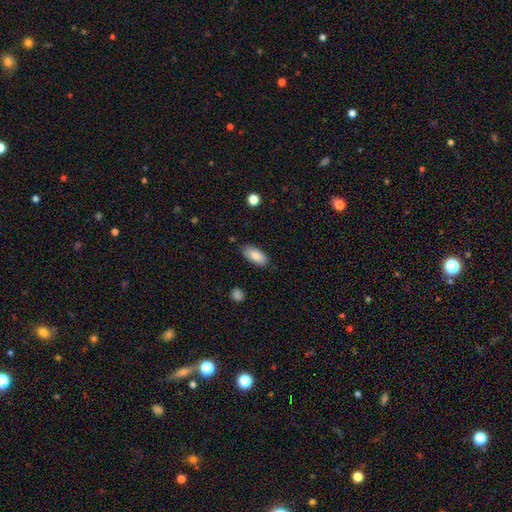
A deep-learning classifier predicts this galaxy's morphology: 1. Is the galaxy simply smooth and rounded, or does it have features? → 85% smooth, 8% featured or disk, 7% star or artifact.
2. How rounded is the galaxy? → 89% in between, 9% cigar-shaped, 2% round.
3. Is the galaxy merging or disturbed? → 83% none, 13% minor disturbance, 3% major disturbance, 2% merger.